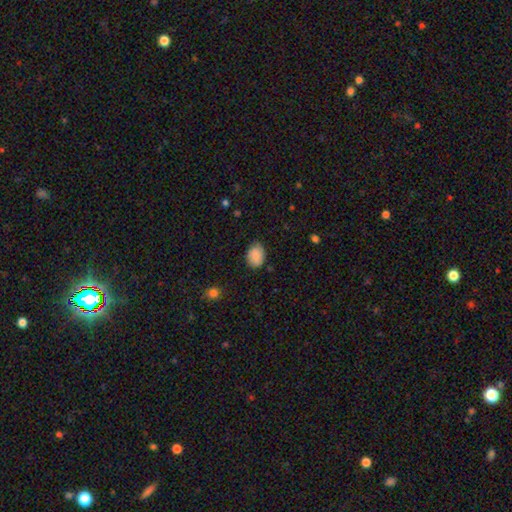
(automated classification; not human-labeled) Q: Smooth or featured?
A: smooth (84%); runner-up: featured or disk (8%)
Q: How rounded?
A: in between (68%); runner-up: round (31%)
Q: Merging?
A: none (77%); runner-up: minor disturbance (19%)